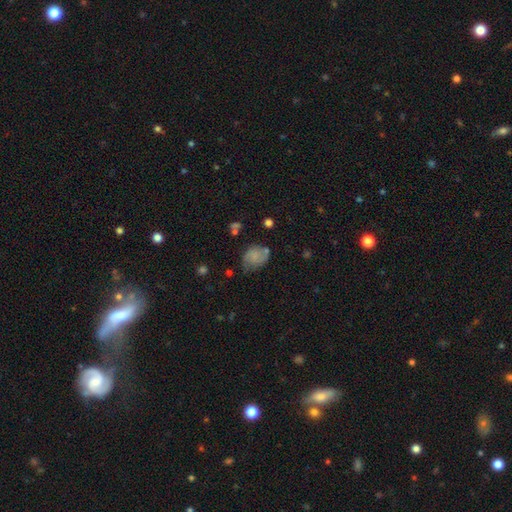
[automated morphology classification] Overall: smooth (64%; featured or disk 25%). How rounded: in between (59%; round 39%). Merging: none (51%; minor disturbance 32%).